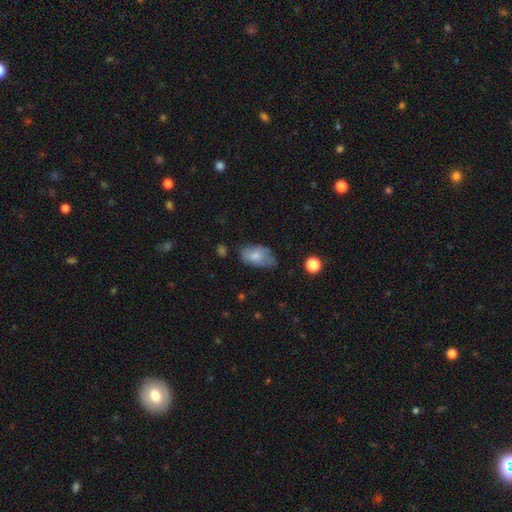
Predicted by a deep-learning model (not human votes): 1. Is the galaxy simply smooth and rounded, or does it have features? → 71% smooth, 22% featured or disk, 8% star or artifact.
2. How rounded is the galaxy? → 91% in between, 7% round, 2% cigar-shaped.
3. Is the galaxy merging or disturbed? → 48% none, 35% minor disturbance, 14% major disturbance, 3% merger.